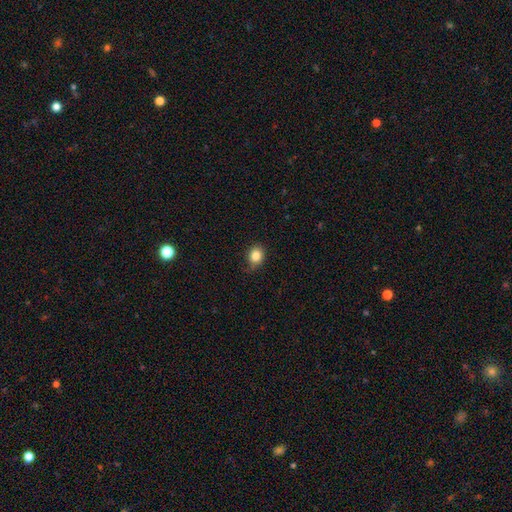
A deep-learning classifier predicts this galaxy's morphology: Smooth or featured? smooth (84%)
How rounded? round (67%)
Merging? none (73%)